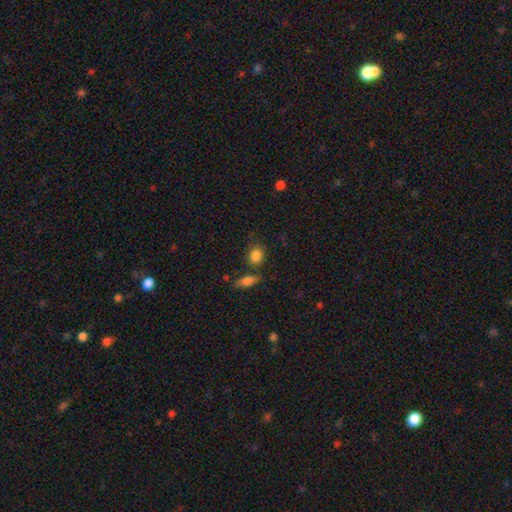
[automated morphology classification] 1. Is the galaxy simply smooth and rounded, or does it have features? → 85% smooth, 9% star or artifact, 6% featured or disk.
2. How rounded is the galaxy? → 54% round, 43% in between, 2% cigar-shaped.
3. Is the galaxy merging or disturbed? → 69% none, 15% minor disturbance, 12% merger, 4% major disturbance.